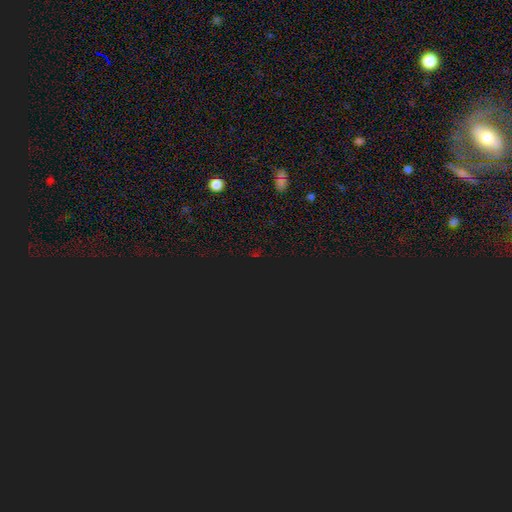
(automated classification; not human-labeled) Smooth or featured? star or artifact (79%)